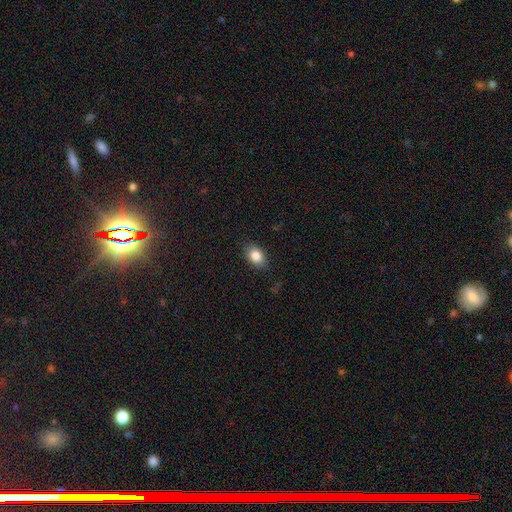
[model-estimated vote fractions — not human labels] Smooth or featured: smooth — 85% (star or artifact — 9%)
How rounded: in between — 81% (round — 17%)
Merging: none — 87% (minor disturbance — 10%)